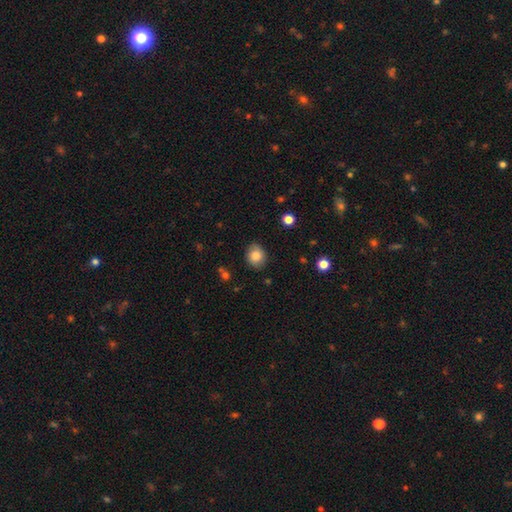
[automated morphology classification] smooth 83%, star or artifact 9%, featured or disk 8%. Down the decision tree: how rounded — round (60%); merging — none (85%).